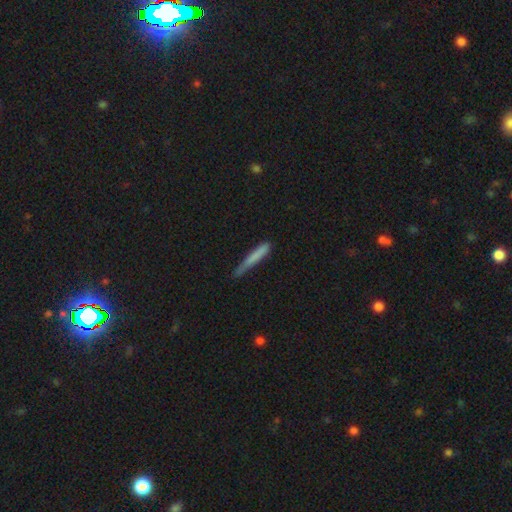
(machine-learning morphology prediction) This is likely a smooth galaxy (76%). How rounded: clearly cigar-shaped (95%). Merging: likely none (61%).